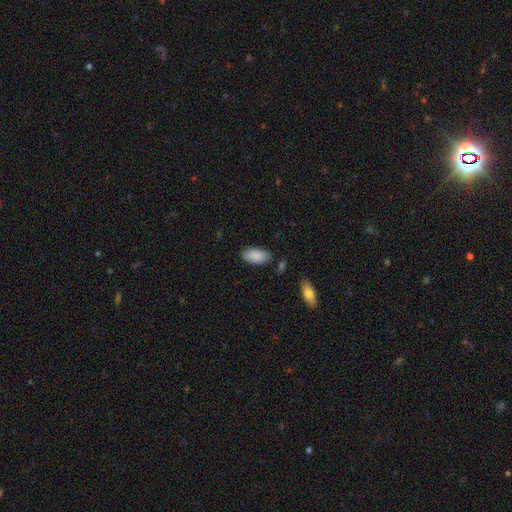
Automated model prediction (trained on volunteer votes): This appears to be a smooth galaxy with no disk features (89%) that is in between round and cigar-shaped (94%). Merging: none (84%).